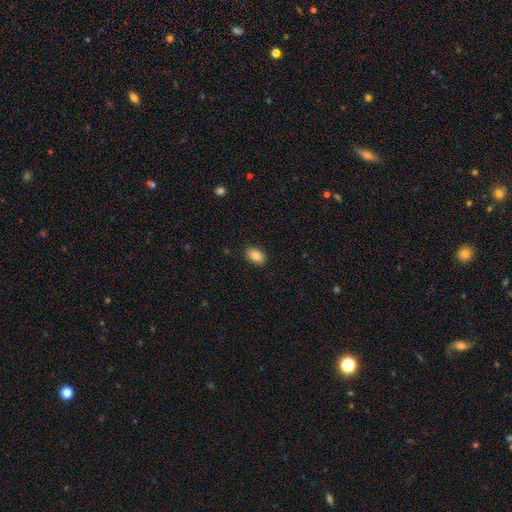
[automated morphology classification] Smooth or featured? smooth (85%)
How rounded? in between (87%)
Merging? none (89%)